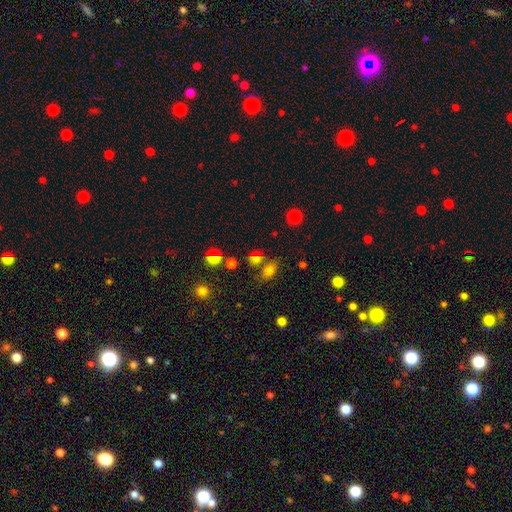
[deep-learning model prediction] smooth-or-featured: smooth: 67% | star or artifact: 23% | featured or disk: 10%
  how-rounded: in between: 59% | round: 38% | cigar-shaped: 3%
  merging: none: 55% | merger: 24% | minor disturbance: 14% | major disturbance: 7%